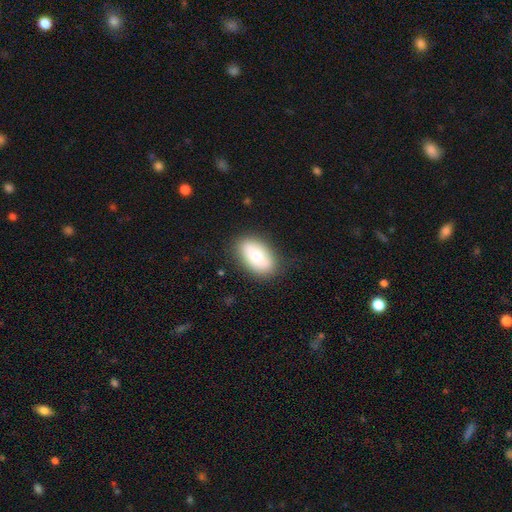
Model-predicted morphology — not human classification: This appears to be a smooth galaxy with no disk features (73%) that is in between round and cigar-shaped (92%). Merging: none (81%).